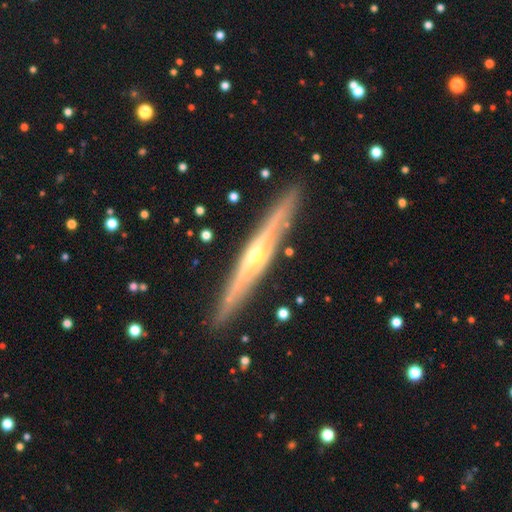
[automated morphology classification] smooth_or_featured: featured or disk (p=0.82) [alt: smooth p=0.13]
disk_edge_on: yes (p=0.97) [alt: no p=0.03]
edge_on_bulge: rounded (p=0.82) [alt: none p=0.12]
merging: none (p=0.89) [alt: minor disturbance p=0.08]